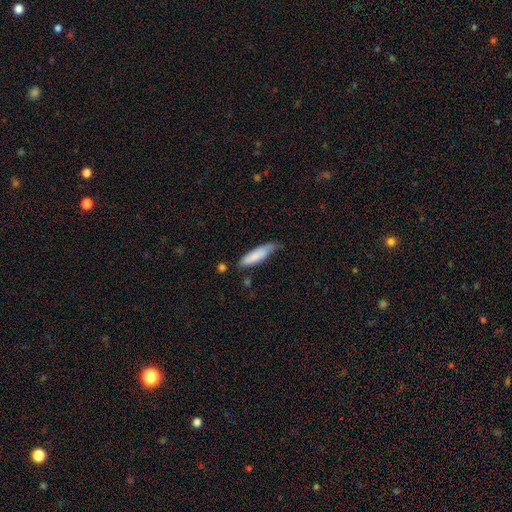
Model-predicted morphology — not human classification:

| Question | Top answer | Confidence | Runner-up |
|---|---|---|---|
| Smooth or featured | smooth | 82% | featured or disk (13%) |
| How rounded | cigar-shaped | 63% | in between (36%) |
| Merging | none | 54% | minor disturbance (35%) |